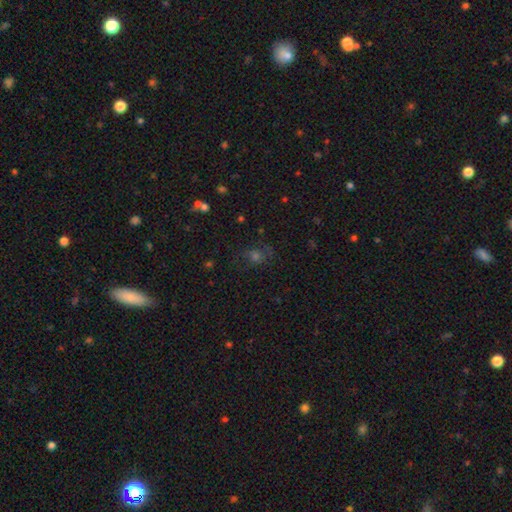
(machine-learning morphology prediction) This is marginally a star or artifact rather than a galaxy (39%).